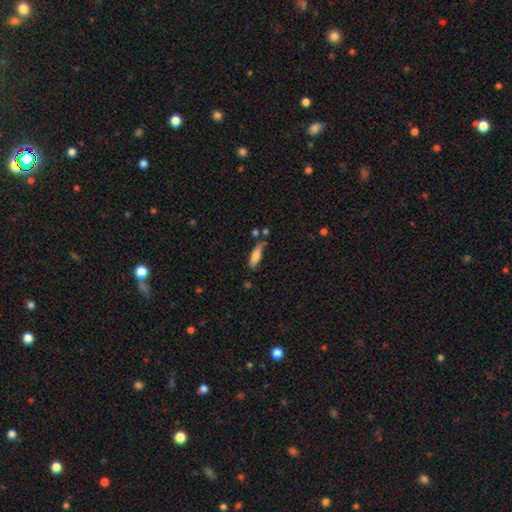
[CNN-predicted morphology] Smooth or featured?
  - smooth: 76% *
  - featured or disk: 16%
  - star or artifact: 7%
How rounded?
  - cigar-shaped: 51% *
  - in between: 47%
  - round: 2%
Merging?
  - none: 54% *
  - minor disturbance: 26%
  - merger: 12%
  - major disturbance: 8%